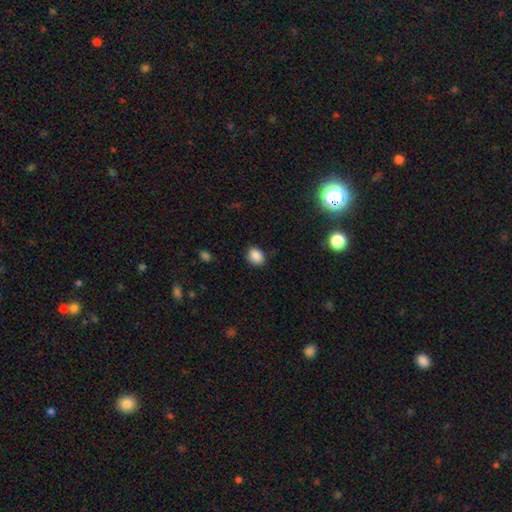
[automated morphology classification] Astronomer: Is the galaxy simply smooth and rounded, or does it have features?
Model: smooth — 86%.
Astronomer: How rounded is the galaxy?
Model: in between — 51% (runner-up: round, 48%).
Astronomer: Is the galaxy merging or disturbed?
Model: none — 83%.